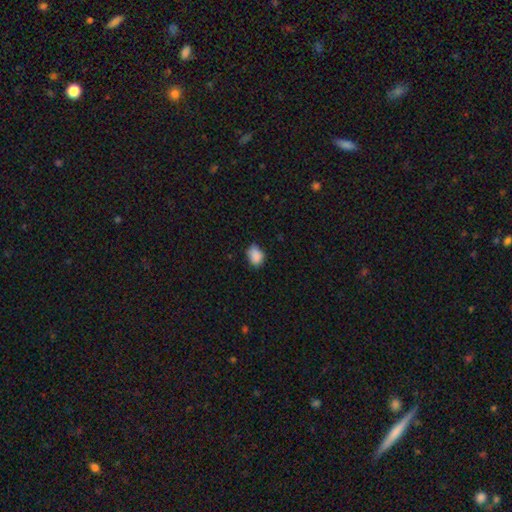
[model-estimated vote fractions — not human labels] This appears to be a smooth galaxy with no disk features (88%) that is in between round and cigar-shaped (71%). Merging: none (70%).